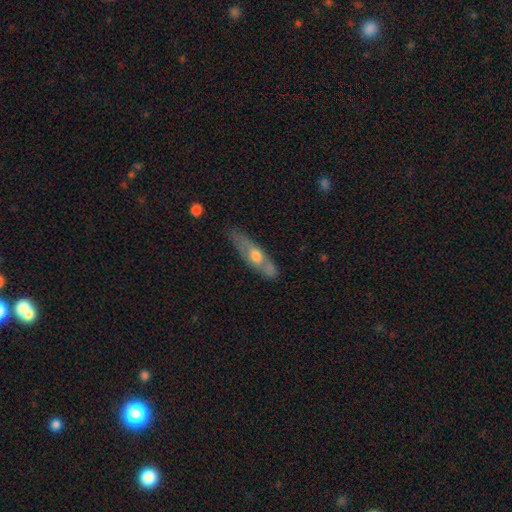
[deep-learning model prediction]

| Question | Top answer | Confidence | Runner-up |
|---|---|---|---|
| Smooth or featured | featured or disk | 50% | smooth (45%) |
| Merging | none | 68% | minor disturbance (22%) |